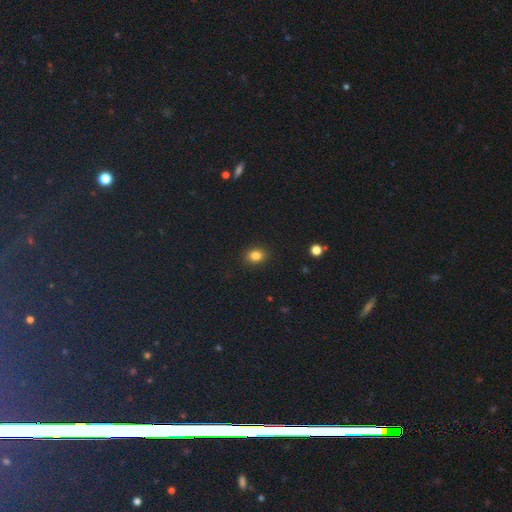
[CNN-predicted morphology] Q: Smooth or featured?
A: smooth (83%); runner-up: star or artifact (12%)
Q: How rounded?
A: in between (51%); runner-up: round (48%)
Q: Merging?
A: none (90%); runner-up: minor disturbance (7%)